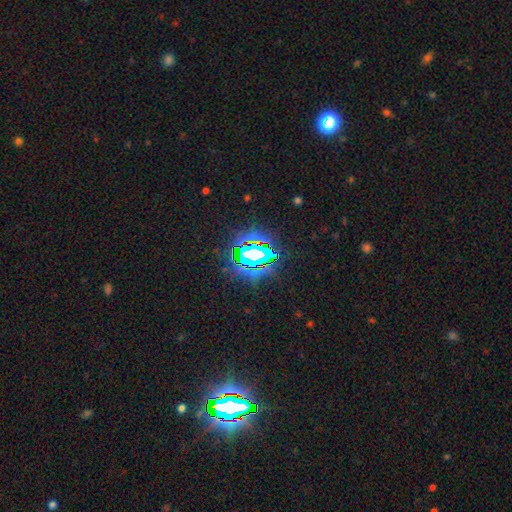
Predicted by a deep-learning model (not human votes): Overall: star or artifact (82%).